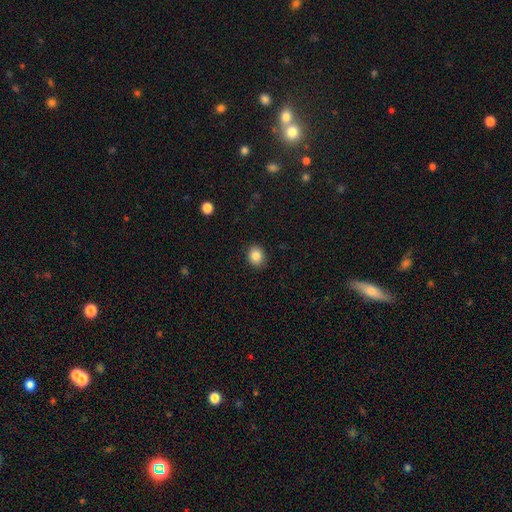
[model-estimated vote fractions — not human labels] Smooth or featured? Predicted: smooth (p=0.85). How rounded? Predicted: round (p=0.57). Merging? Predicted: none (p=0.89).